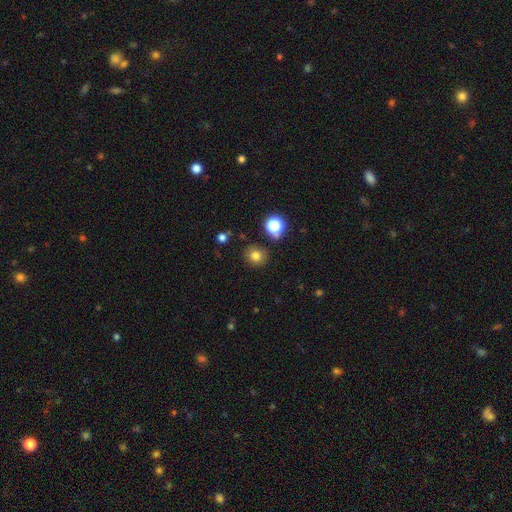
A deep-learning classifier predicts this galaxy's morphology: This appears to be a smooth galaxy with no disk features (78%) that is round (85%). Merging: none (85%).